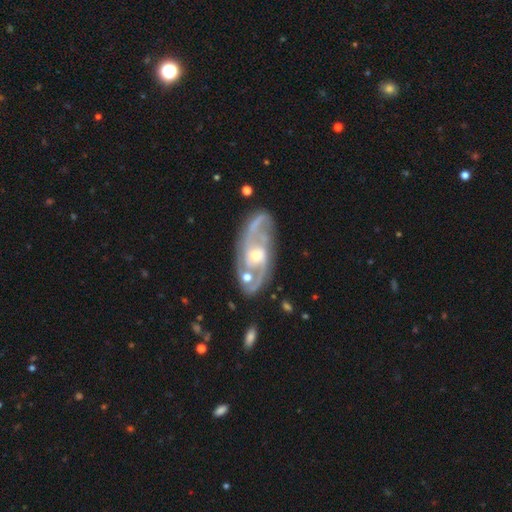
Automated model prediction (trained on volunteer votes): Morphology: type=featured or disk (89%); edge-on=no (95%); bar=no (57%); spiral arms=yes (96%); winding=medium (52%); arm count=2 (82%); bulge=moderate (57%); merging=none (69%).